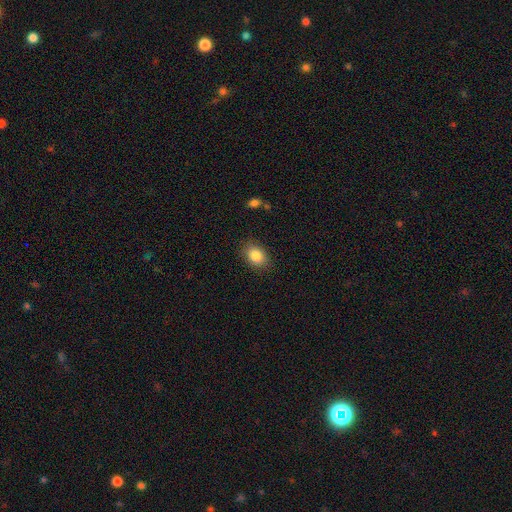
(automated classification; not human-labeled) Smooth or featured? Predicted: smooth (p=0.85). How rounded? Predicted: in between (p=0.66). Merging? Predicted: none (p=0.84).